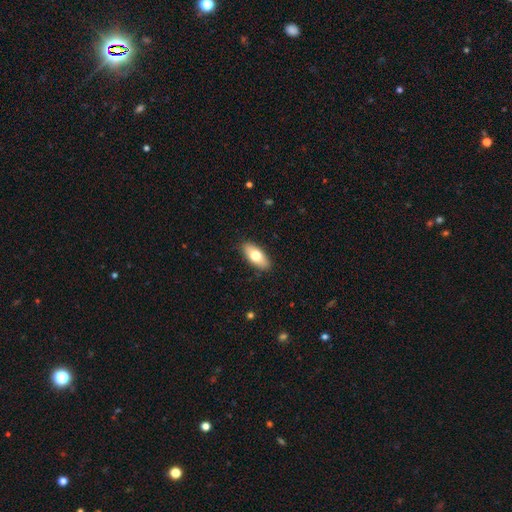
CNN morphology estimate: The model was most divided on "smooth or featured": smooth: 71%, featured or disk: 23%, star or artifact: 6%. More confident: merging — none (89%); how rounded — in between (85%).